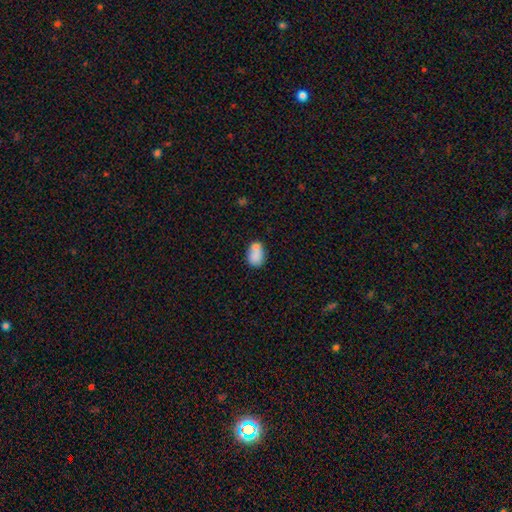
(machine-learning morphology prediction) type=smooth (80%); roundness=in between (76%); merging=none (47%).